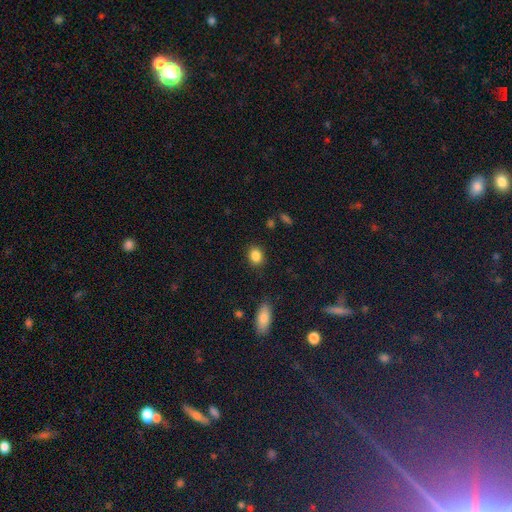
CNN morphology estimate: smooth_or_featured: smooth (p=0.86) [alt: star or artifact p=0.09]
how_rounded: round (p=0.50) [alt: in between p=0.49]
merging: none (p=0.85) [alt: minor disturbance p=0.10]